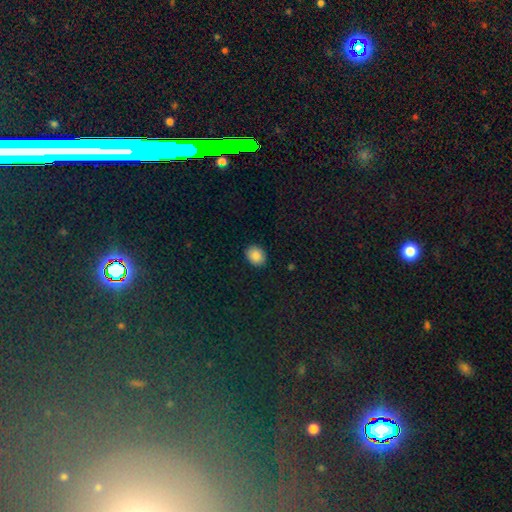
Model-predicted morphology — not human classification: smooth_or_featured: smooth (p=0.88) [alt: star or artifact p=0.09]
how_rounded: round (p=0.52) [alt: in between p=0.47]
merging: none (p=0.88) [alt: minor disturbance p=0.09]